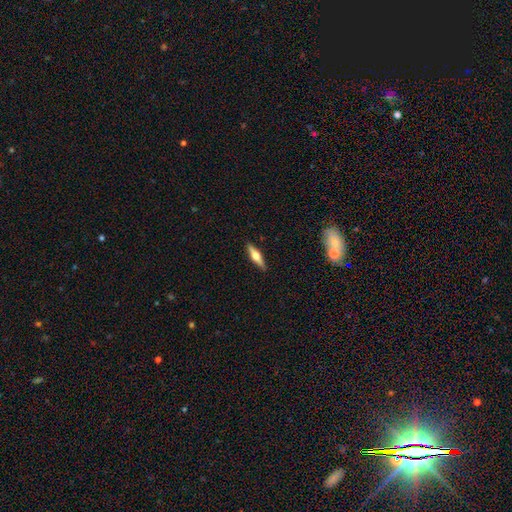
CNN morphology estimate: A featured or disk galaxy (55%) viewed edge-on (94%) with a rounded central bulge (94%). Merging: none (90%).